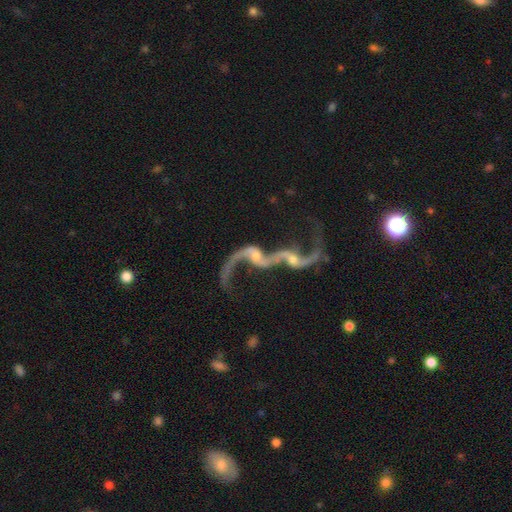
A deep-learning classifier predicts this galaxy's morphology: Q: Smooth or featured?
A: featured or disk (84%); runner-up: star or artifact (9%)
Q: Edge-on disk?
A: no (94%); runner-up: yes (6%)
Q: Bar?
A: no (54%); runner-up: weak (31%)
Q: Spiral arms?
A: yes (84%); runner-up: no (16%)
Q: Spiral winding?
A: loose (93%); runner-up: medium (6%)
Q: Spiral arm count?
A: 2 (78%); runner-up: 1 (12%)
Q: Bulge size?
A: small (45%); runner-up: moderate (30%)
Q: Merging?
A: merger (65%); runner-up: major disturbance (15%)